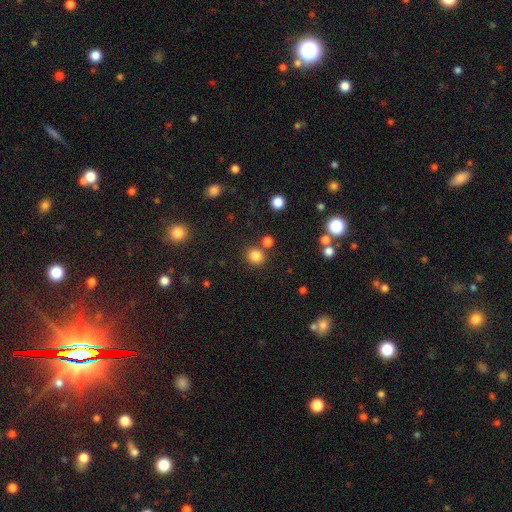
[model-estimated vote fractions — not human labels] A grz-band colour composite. It shows a smooth galaxy with no disk features (82%) that is round (86%). Merging: none (80%).